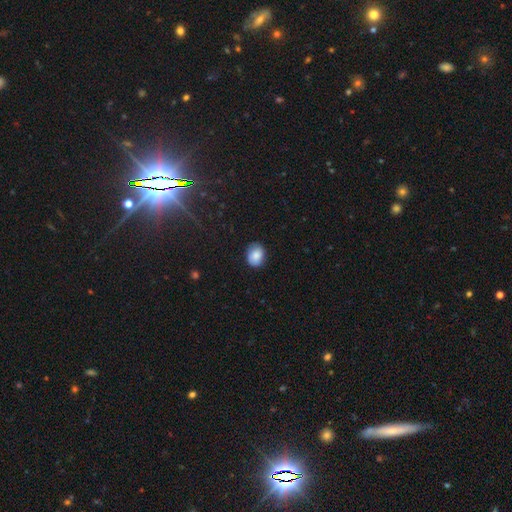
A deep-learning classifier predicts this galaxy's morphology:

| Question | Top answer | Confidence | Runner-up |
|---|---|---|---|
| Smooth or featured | smooth | 84% | featured or disk (8%) |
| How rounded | in between | 56% | round (43%) |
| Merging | none | 79% | minor disturbance (17%) |